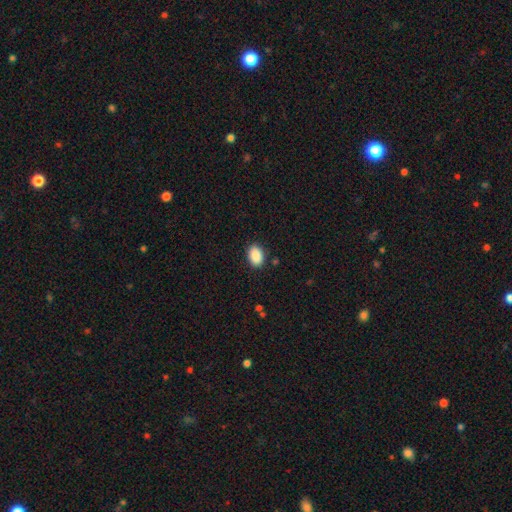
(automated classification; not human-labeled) This appears to be a smooth galaxy with no disk features (89%) that is in between round and cigar-shaped (87%). Merging: none (88%).